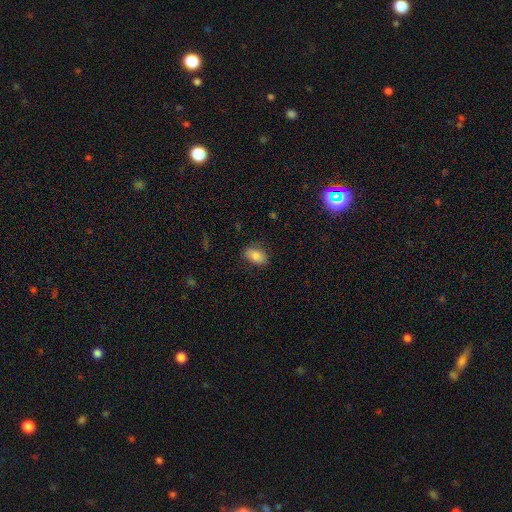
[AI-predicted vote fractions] Morphology: type=smooth (83%); roundness=in between (89%); merging=none (83%).